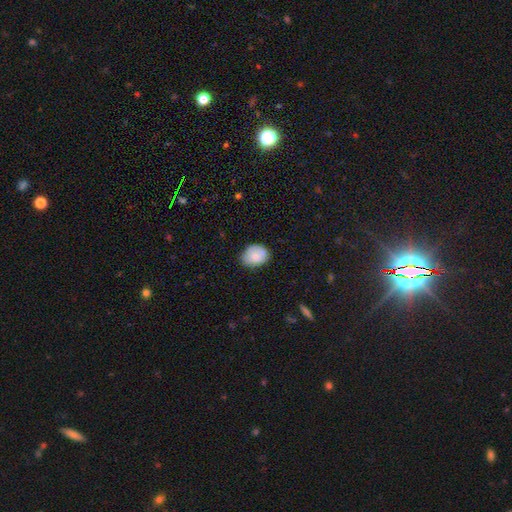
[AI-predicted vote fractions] smooth 78%, featured or disk 15%, star or artifact 7%. Down the decision tree: how rounded — in between (53%); merging — none (68%).